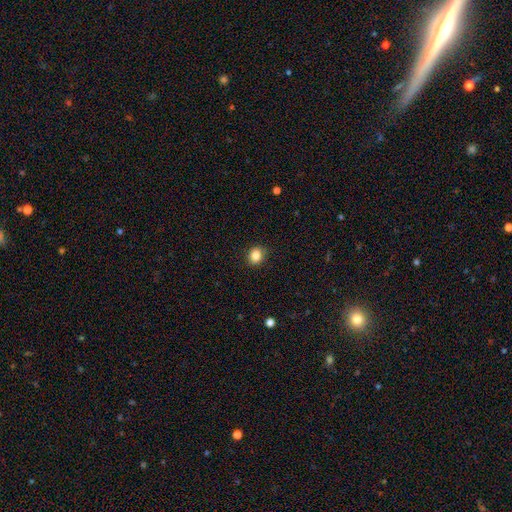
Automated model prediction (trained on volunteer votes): Smooth or featured: smooth — 85% (star or artifact — 10%)
How rounded: round — 68% (in between — 31%)
Merging: none — 88% (minor disturbance — 9%)